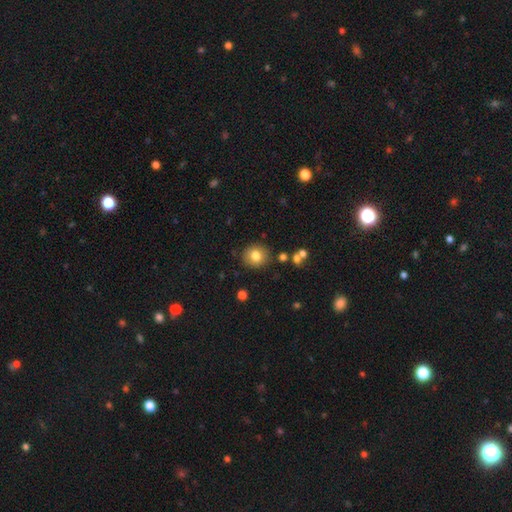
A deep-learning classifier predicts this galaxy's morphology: Overall: smooth (79%). How rounded: round (84%). Merging: none (87%).